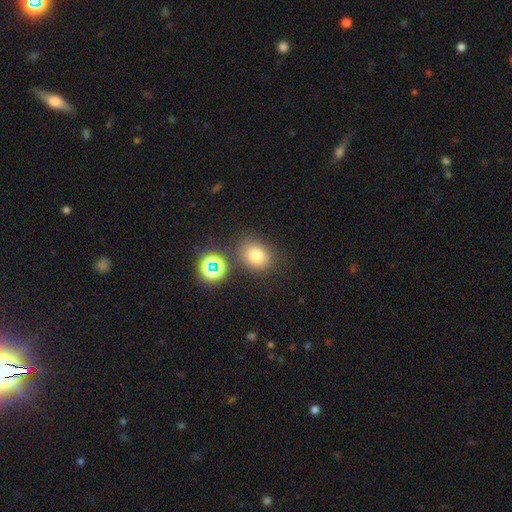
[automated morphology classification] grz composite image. It shows a smooth galaxy with no disk features (74%) that is round (54%). Merging: none (77%).